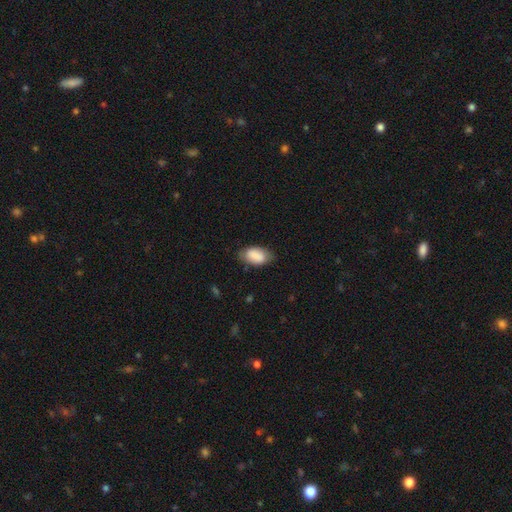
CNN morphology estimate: Smooth or featured? Predicted: smooth (p=0.87). How rounded? Predicted: in between (p=0.94). Merging? Predicted: none (p=0.73).